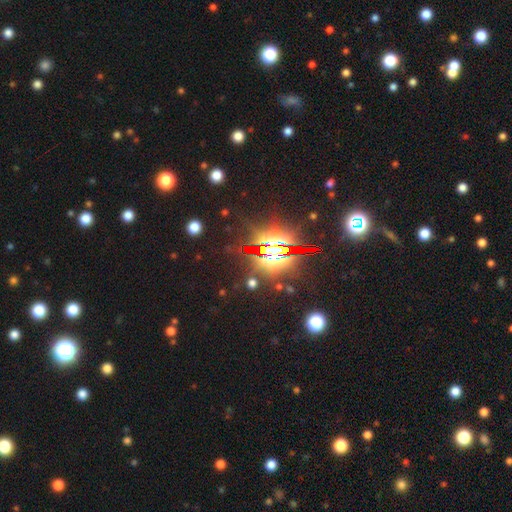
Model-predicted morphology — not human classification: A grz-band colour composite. It shows a star or artifact, not a galaxy (84%).